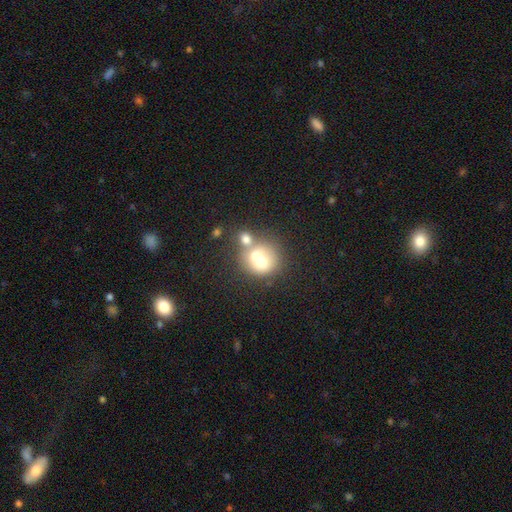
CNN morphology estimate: Overall: smooth (63%; featured or disk 27%). How rounded: round (80%). Merging: merger (60%; none 29%).